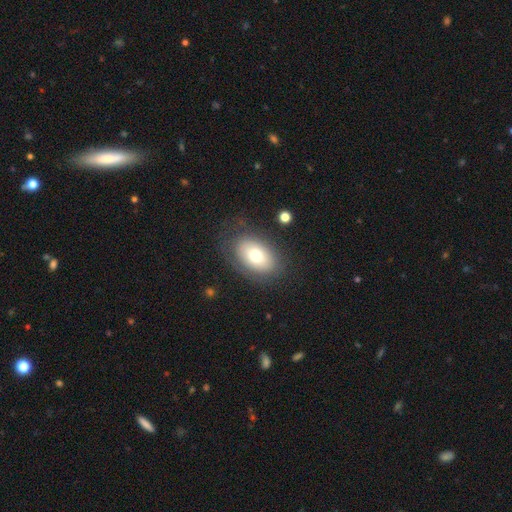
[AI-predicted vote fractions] Overall: smooth (67%). How rounded: in between (85%). Merging: none (75%).